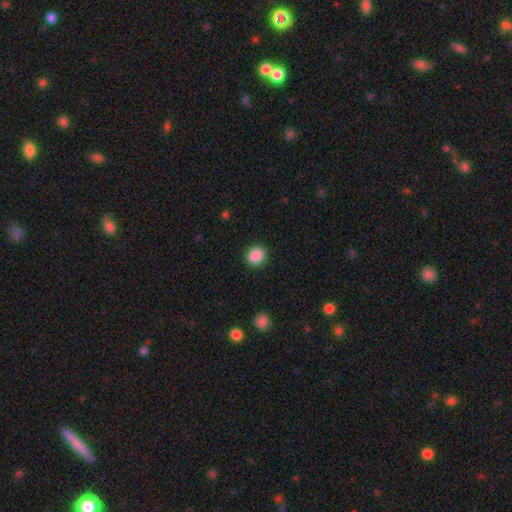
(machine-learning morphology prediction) This appears to be a smooth galaxy with no disk features (89%) that is round (78%). Merging: none (90%).